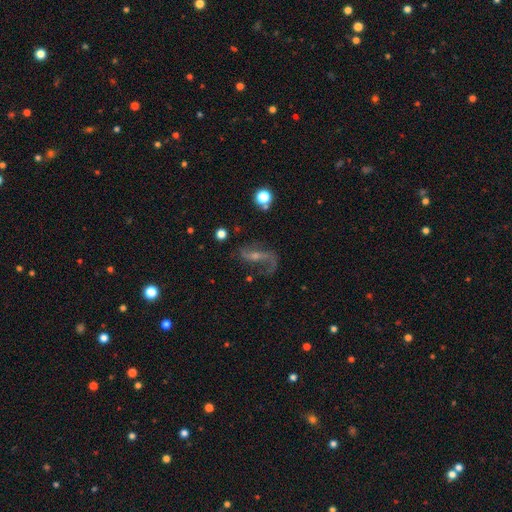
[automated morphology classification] Smooth or featured? Predicted: featured or disk (p=0.77). Edge-on disk? Predicted: no (p=0.92). Bar? Predicted: weak (p=0.38). Spiral arms? Predicted: yes (p=0.90). Spiral winding? Predicted: loose (p=0.68). Spiral arm count? Predicted: 2 (p=0.63). Bulge size? Predicted: small (p=0.59). Merging? Predicted: none (p=0.53).